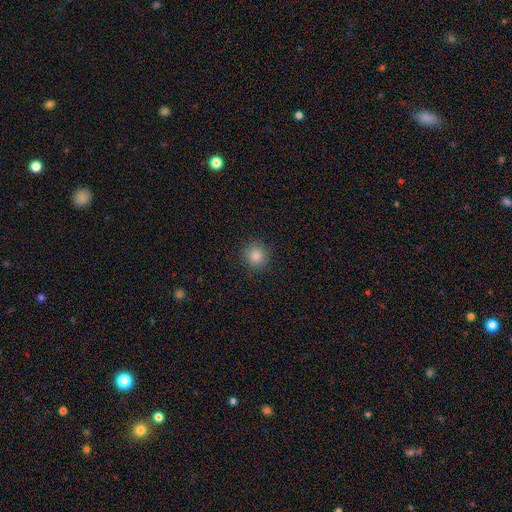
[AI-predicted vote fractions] A smooth galaxy with no disk features (83%) that is round (93%). Merging: none (91%).